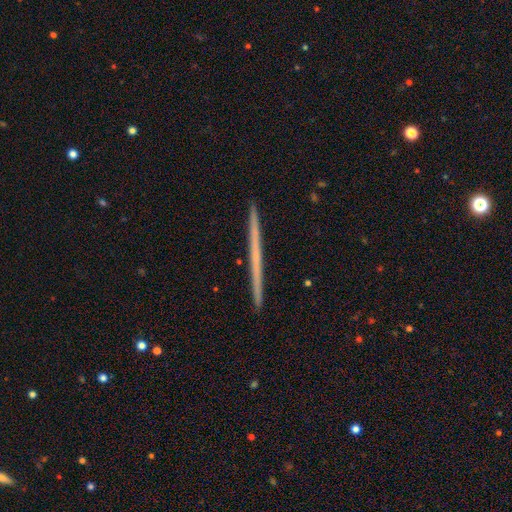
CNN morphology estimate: Overall: featured or disk (57%; smooth 37%). Edge-on disk: yes (98%). Edge-on bulge: none (93%). Merging: none (93%).